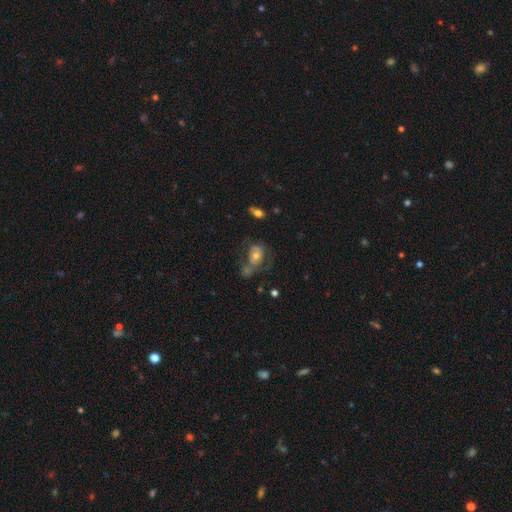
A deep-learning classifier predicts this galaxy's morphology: Q: Smooth or featured?
A: featured or disk (50%); runner-up: smooth (38%)
Q: Edge-on disk?
A: no (94%); runner-up: yes (6%)
Q: Merging?
A: none (30%); runner-up: major disturbance (28%)